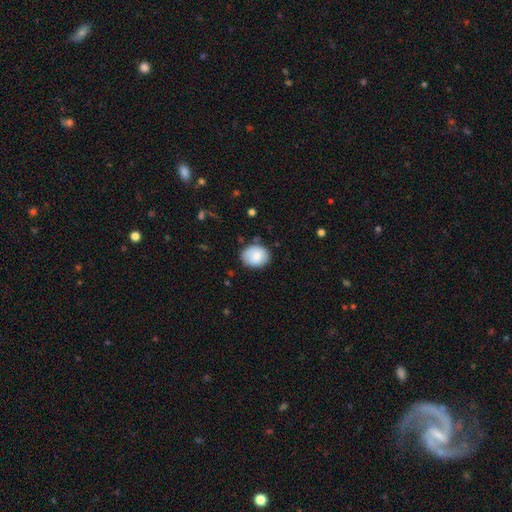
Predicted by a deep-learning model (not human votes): Q: Smooth or featured?
A: smooth (83%); runner-up: featured or disk (10%)
Q: How rounded?
A: in between (54%); runner-up: round (45%)
Q: Merging?
A: none (75%); runner-up: minor disturbance (19%)